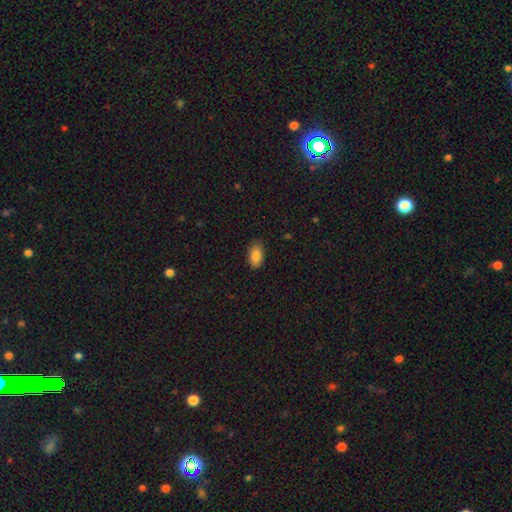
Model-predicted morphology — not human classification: smooth_or_featured: smooth (p=0.85) [alt: star or artifact p=0.08]
how_rounded: in between (p=0.92) [alt: round p=0.05]
merging: none (p=0.84) [alt: minor disturbance p=0.13]